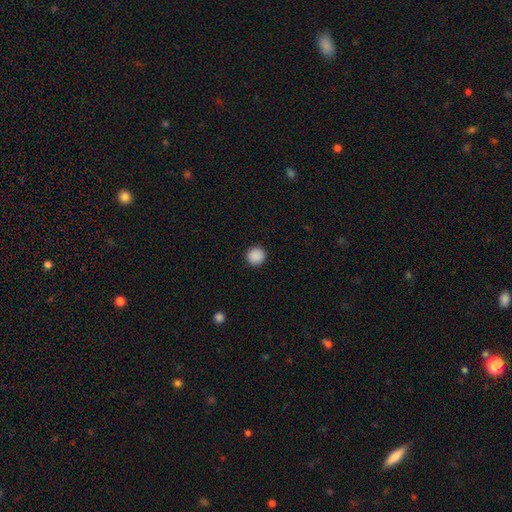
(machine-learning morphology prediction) Smooth or featured?
  - smooth: 89% *
  - star or artifact: 9%
  - featured or disk: 2%
How rounded?
  - round: 95% *
  - in between: 4%
  - cigar-shaped: 1%
Merging?
  - none: 93% *
  - minor disturbance: 4%
  - major disturbance: 2%
  - merger: 1%